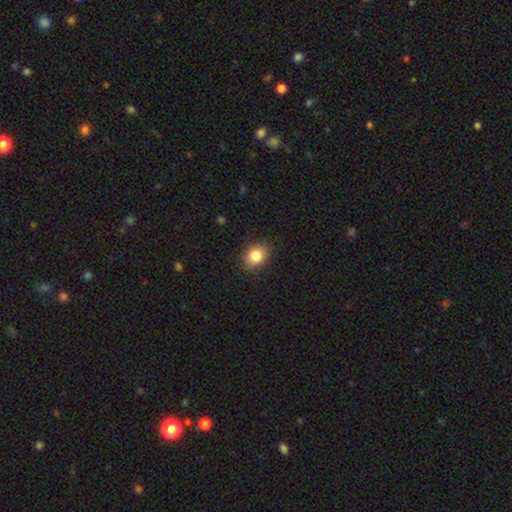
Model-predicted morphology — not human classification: smooth_or_featured: smooth (p=0.84) [alt: star or artifact p=0.10]
how_rounded: round (p=0.52) [alt: in between p=0.47]
merging: none (p=0.87) [alt: minor disturbance p=0.09]